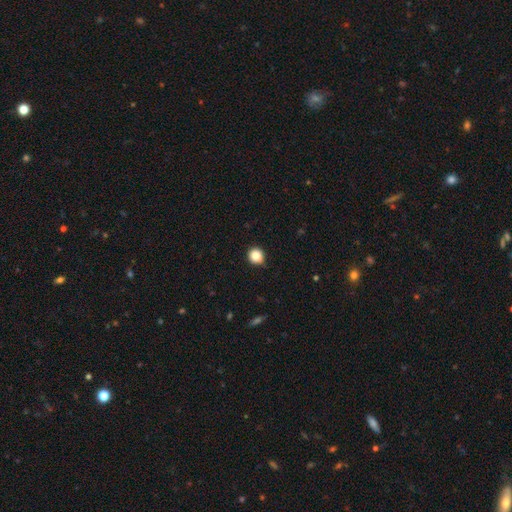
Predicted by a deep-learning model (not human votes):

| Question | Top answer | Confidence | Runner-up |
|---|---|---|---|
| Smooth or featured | smooth | 85% | star or artifact (11%) |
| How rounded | round | 91% | in between (8%) |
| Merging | none | 86% | minor disturbance (11%) |